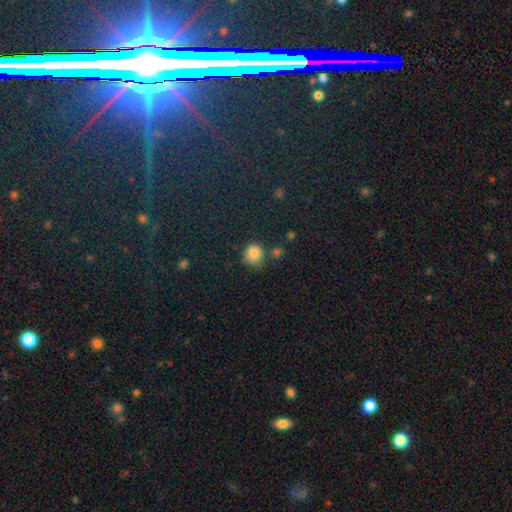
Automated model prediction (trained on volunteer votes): Smooth or featured: smooth — 82% (star or artifact — 12%)
How rounded: round — 86% (in between — 13%)
Merging: none — 67% (minor disturbance — 19%)